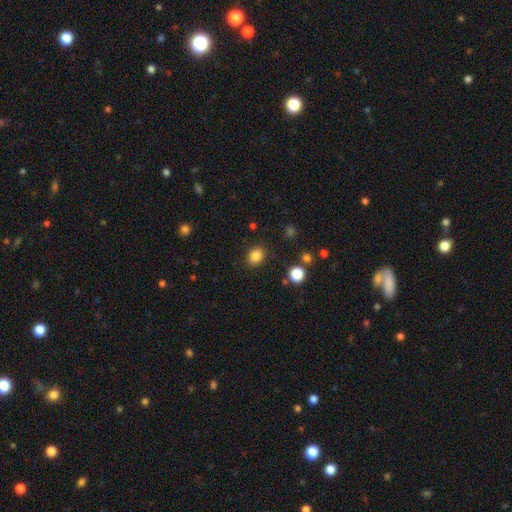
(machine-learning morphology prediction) smooth 85%, star or artifact 11%, featured or disk 4%. Down the decision tree: how rounded — round (53%); merging — none (87%).